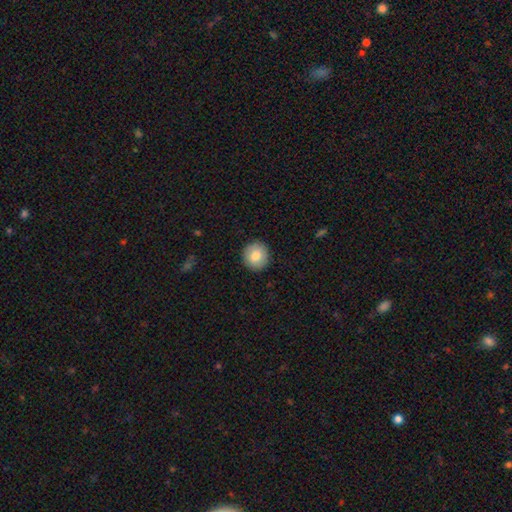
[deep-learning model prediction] Smooth or featured? Predicted: smooth (p=0.80). How rounded? Predicted: round (p=0.91). Merging? Predicted: none (p=0.92).